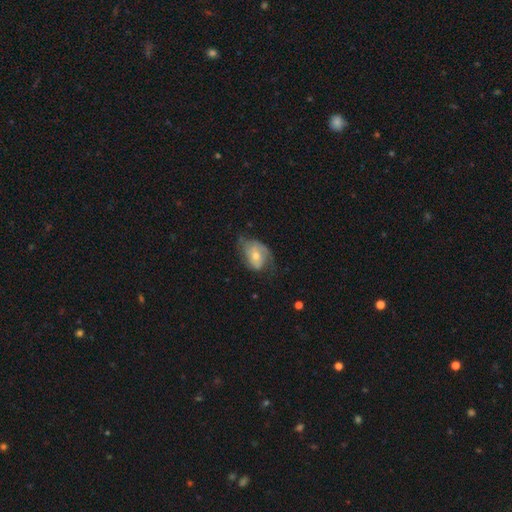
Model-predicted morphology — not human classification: This is possibly a featured or disk galaxy (57%). It is clearly not viewed edge-on (95%). Bar: likely no (74%). Spiral arm pattern: likely yes (74%). Central bulge: likely moderate (64%). Merging: possibly none (46%).